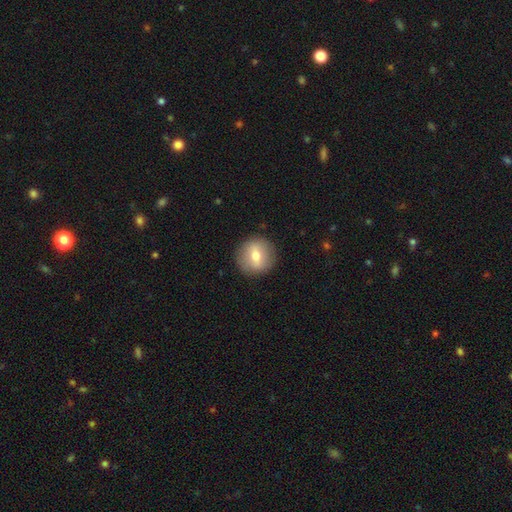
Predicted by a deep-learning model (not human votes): smooth-or-featured: smooth: 63% | featured or disk: 29% | star or artifact: 8%
  how-rounded: round: 91% | in between: 7% | cigar-shaped: 1%
  merging: none: 89% | minor disturbance: 8% | major disturbance: 3% | merger: 1%